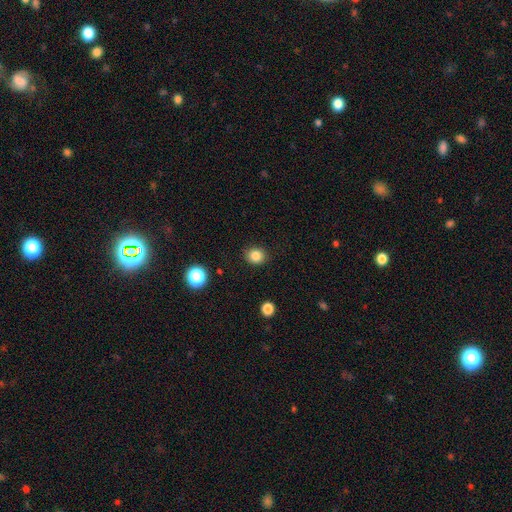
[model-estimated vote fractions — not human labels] smooth_or_featured: smooth (p=0.84) [alt: star or artifact p=0.11]
how_rounded: round (p=0.71) [alt: in between p=0.28]
merging: none (p=0.88) [alt: minor disturbance p=0.08]